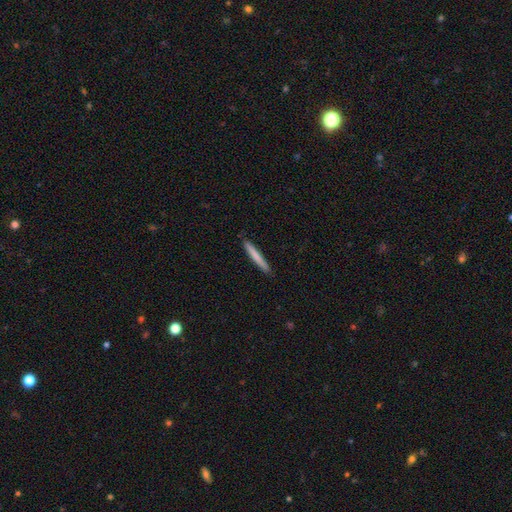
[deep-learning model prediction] Q: Smooth or featured?
A: smooth (76%); runner-up: featured or disk (19%)
Q: How rounded?
A: cigar-shaped (96%); runner-up: in between (3%)
Q: Merging?
A: none (91%); runner-up: minor disturbance (7%)